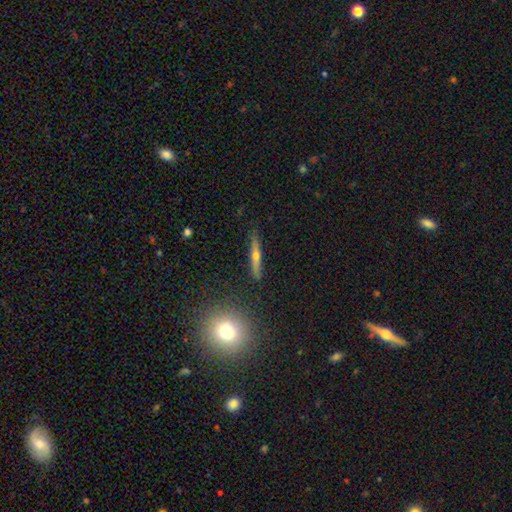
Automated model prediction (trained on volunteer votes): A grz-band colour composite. It shows a featured or disk galaxy (61%) viewed edge-on (95%) with a rounded central bulge (89%). Merging: none (88%).